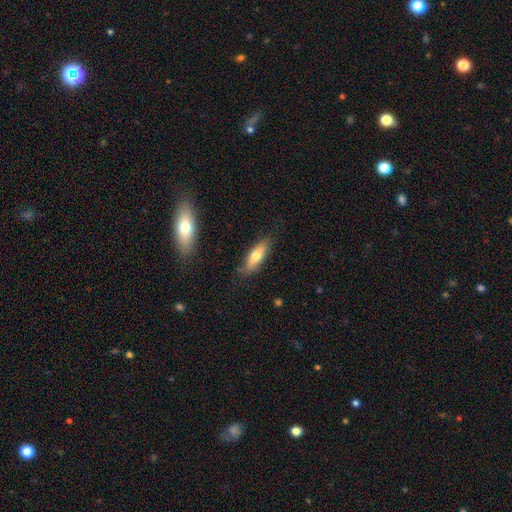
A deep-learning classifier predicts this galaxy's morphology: Smooth or featured: smooth — 69% (featured or disk — 24%)
How rounded: in between — 55% (cigar-shaped — 42%)
Merging: none — 78% (minor disturbance — 16%)